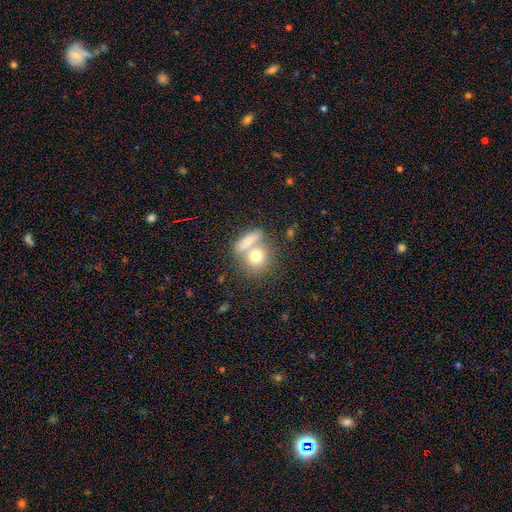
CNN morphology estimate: type=smooth (74%); roundness=round (70%); merging=merger (48%).